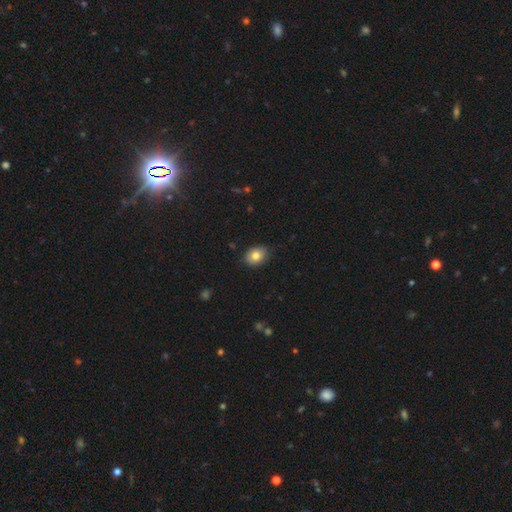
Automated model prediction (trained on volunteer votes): A smooth galaxy with no disk features (80%) that is in between round and cigar-shaped (63%). Merging: none (84%).